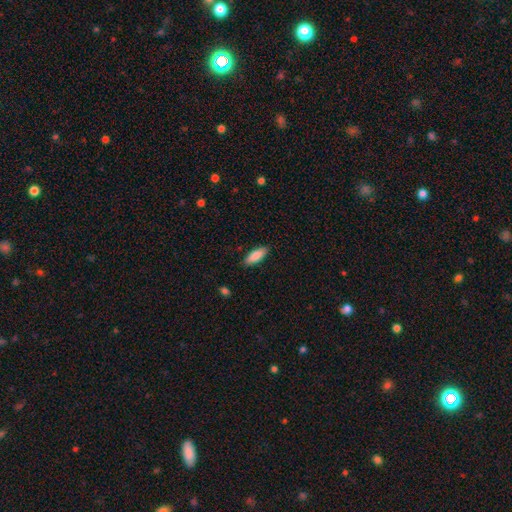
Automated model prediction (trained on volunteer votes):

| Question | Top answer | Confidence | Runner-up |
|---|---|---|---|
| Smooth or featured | smooth | 86% | featured or disk (8%) |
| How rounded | in between | 69% | cigar-shaped (30%) |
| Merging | none | 87% | minor disturbance (9%) |